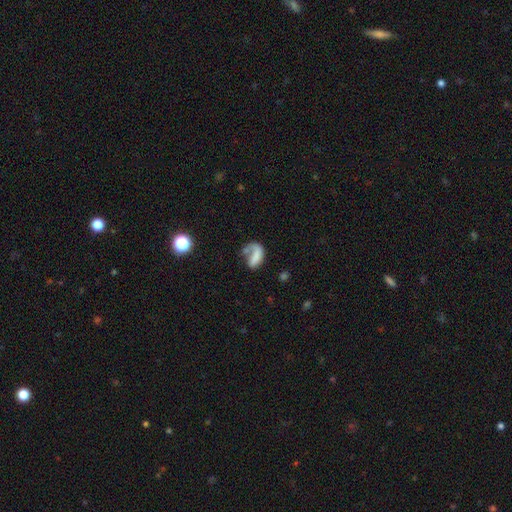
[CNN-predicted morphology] smooth-or-featured: smooth: 55% | featured or disk: 35% | star or artifact: 10%
  how-rounded: in between: 82% | round: 13% | cigar-shaped: 5%
  merging: major disturbance: 41% | none: 30% | minor disturbance: 16% | merger: 13%